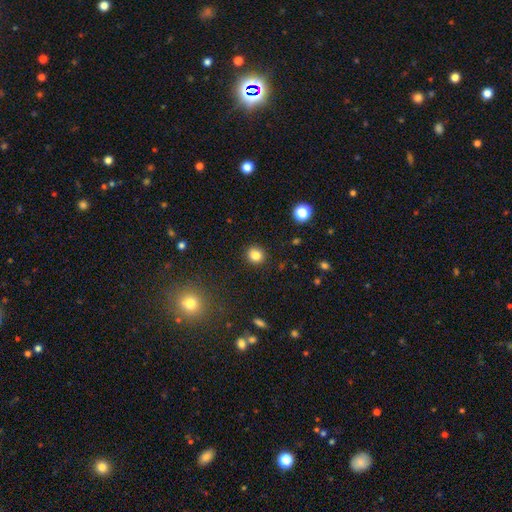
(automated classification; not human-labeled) This is clearly a smooth galaxy (84%). How rounded: clearly round (87%). Merging: clearly none (91%).